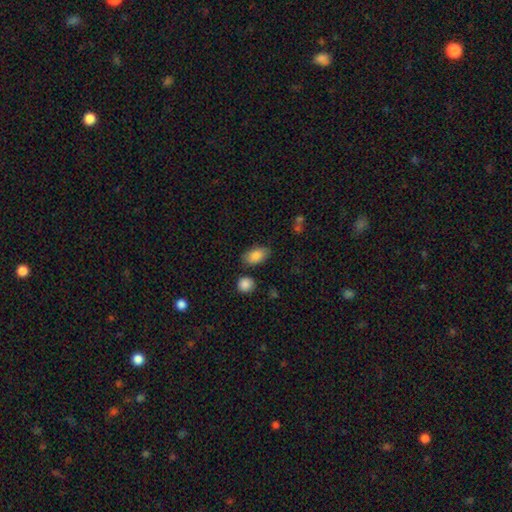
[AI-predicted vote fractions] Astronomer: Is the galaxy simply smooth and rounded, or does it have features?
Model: smooth — 86%.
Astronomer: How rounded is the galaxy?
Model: in between — 92%.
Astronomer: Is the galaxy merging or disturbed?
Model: none — 79%.